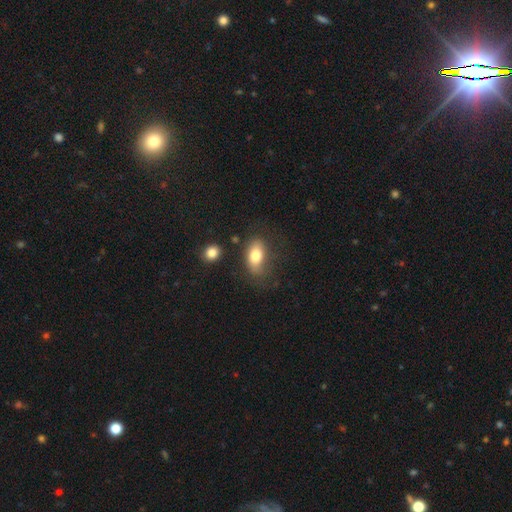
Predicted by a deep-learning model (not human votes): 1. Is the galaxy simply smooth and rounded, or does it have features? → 77% smooth, 15% featured or disk, 8% star or artifact.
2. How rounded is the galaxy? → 88% in between, 9% round, 3% cigar-shaped.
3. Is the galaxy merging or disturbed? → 62% none, 22% minor disturbance, 11% major disturbance, 5% merger.